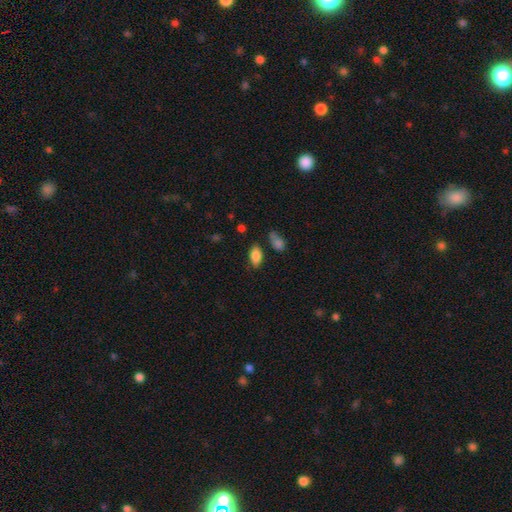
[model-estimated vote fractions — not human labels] This appears to be a smooth galaxy with no disk features (84%) that is in between round and cigar-shaped (92%). Merging: none (74%).